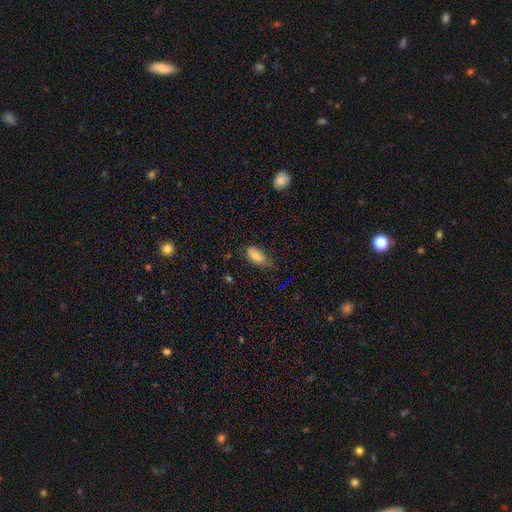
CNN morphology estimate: Smooth or featured? smooth (78%)
How rounded? in between (89%)
Merging? none (68%)